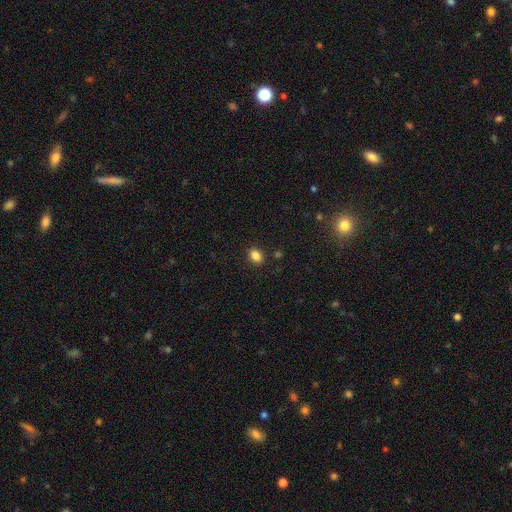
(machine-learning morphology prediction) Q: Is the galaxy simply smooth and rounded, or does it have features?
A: smooth — 85%.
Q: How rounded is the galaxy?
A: in between — 67%.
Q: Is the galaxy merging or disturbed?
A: none — 87%.